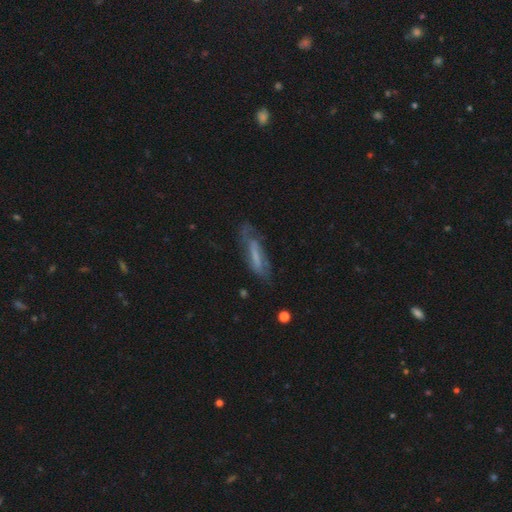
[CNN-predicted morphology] A featured or disk galaxy (56%). Merging: none (55%).